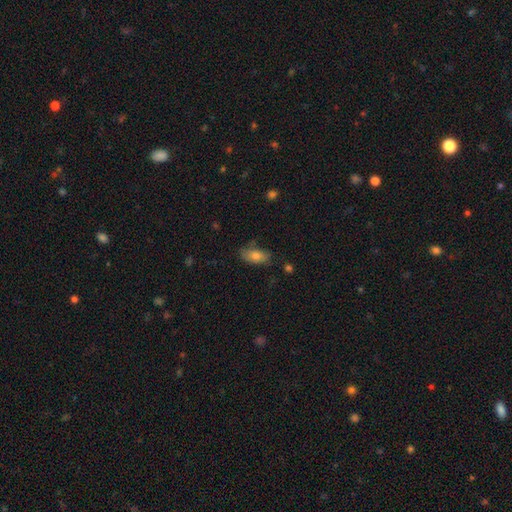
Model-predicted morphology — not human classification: Overall: smooth (78%). How rounded: in between (88%). Merging: none (71%).